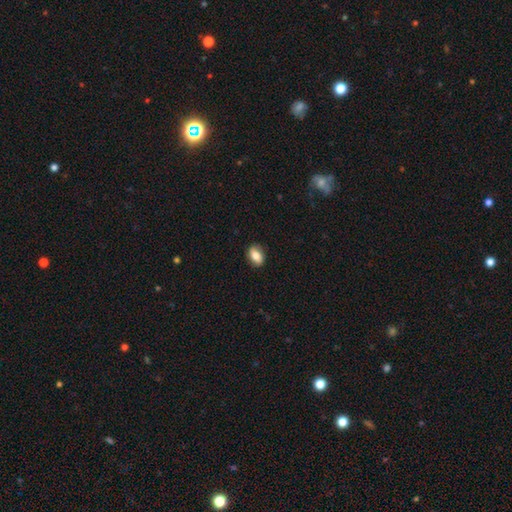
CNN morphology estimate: Smooth or featured? smooth (78%)
How rounded? in between (85%)
Merging? none (86%)